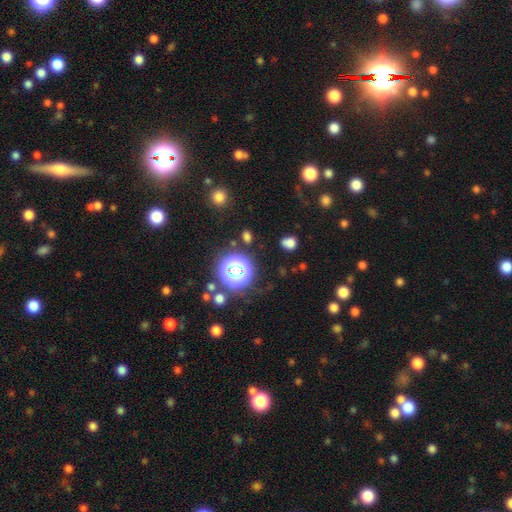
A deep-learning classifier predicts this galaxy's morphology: Q: Smooth or featured?
A: star or artifact (74%); runner-up: smooth (18%)